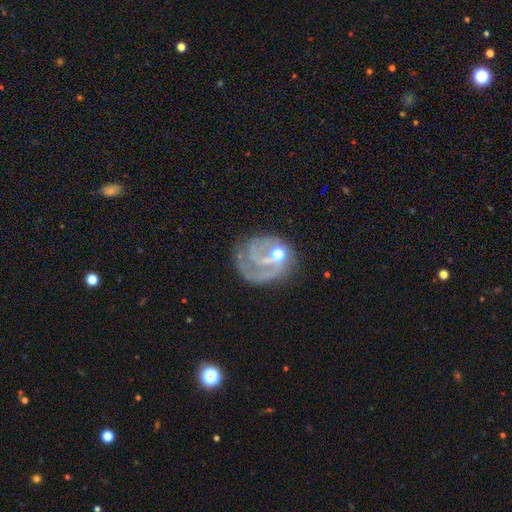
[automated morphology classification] This is likely a featured or disk galaxy (71%). It is clearly not viewed edge-on (97%). Bar: possibly no (60%). Spiral arm pattern: clearly yes (82%). Spiral arm count: marginally 1 (37%). Spiral winding: possibly tight (48%). Central bulge: marginally moderate (42%). Merging: possibly none (57%).